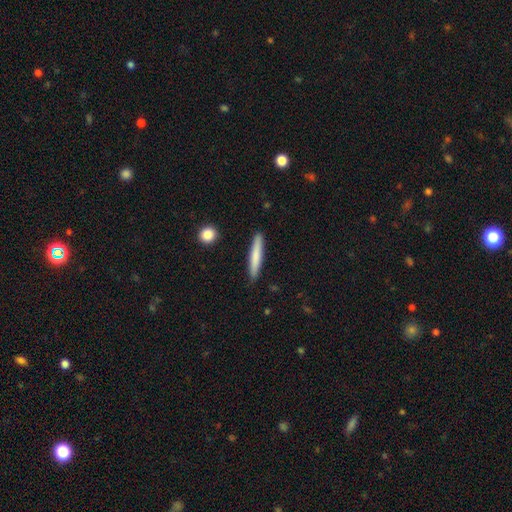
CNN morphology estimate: This is likely a smooth galaxy (74%). How rounded: clearly cigar-shaped (94%). Merging: clearly none (89%).